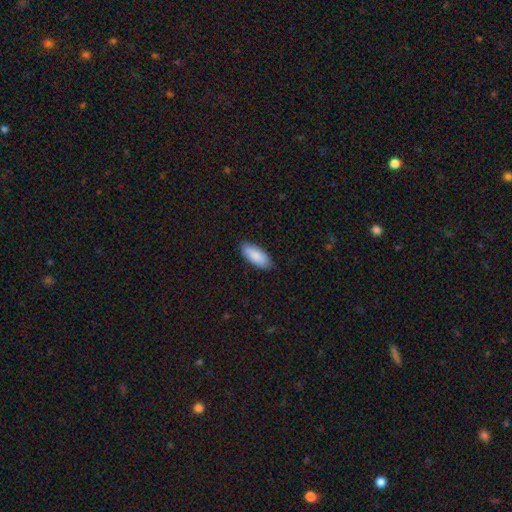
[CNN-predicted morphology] This is clearly a smooth galaxy (89%). How rounded: clearly in between (82%). Merging: clearly none (87%).